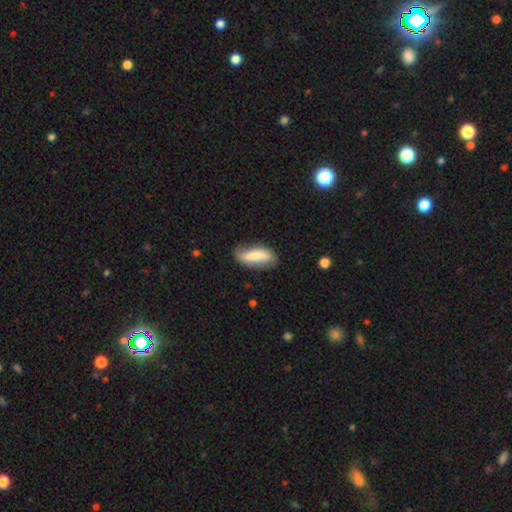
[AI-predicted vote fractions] A smooth galaxy with no disk features (63%) that is in between round and cigar-shaped (72%).

Vote fractions:
- Smooth or featured? smooth: 63% / featured or disk: 31% / star or artifact: 6%
- How rounded? in between: 72% / cigar-shaped: 25% / round: 3%
- Merging? none: 73% / minor disturbance: 21% / major disturbance: 5% / merger: 2%